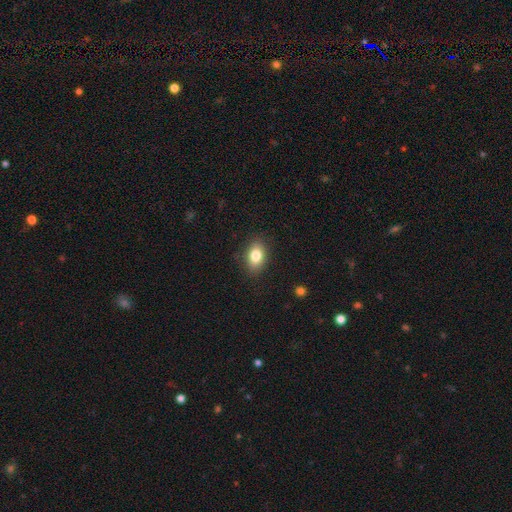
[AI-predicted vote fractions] Morphology: type=smooth (82%); roundness=in between (84%); merging=none (86%).